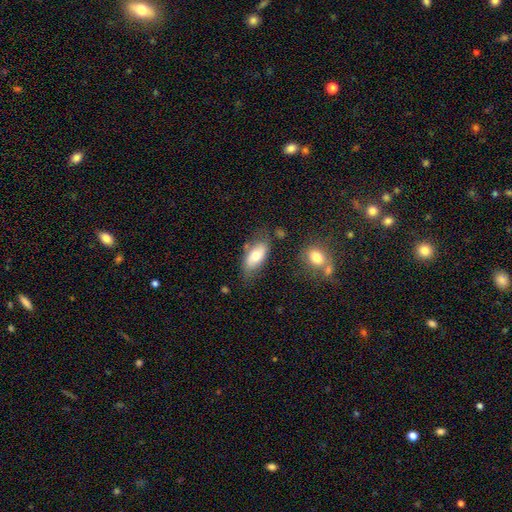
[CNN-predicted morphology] Q: Smooth or featured?
A: smooth (70%); runner-up: featured or disk (23%)
Q: How rounded?
A: in between (89%); runner-up: cigar-shaped (8%)
Q: Merging?
A: none (64%); runner-up: minor disturbance (22%)